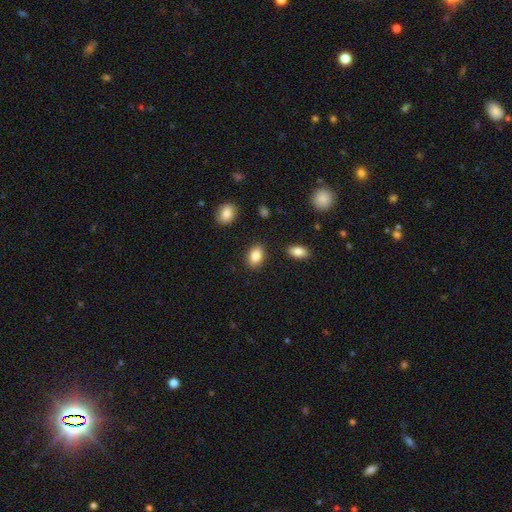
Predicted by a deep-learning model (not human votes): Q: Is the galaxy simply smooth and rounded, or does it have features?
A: smooth — 86%.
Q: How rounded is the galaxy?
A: in between — 86%.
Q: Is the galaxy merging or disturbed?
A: none — 87%.